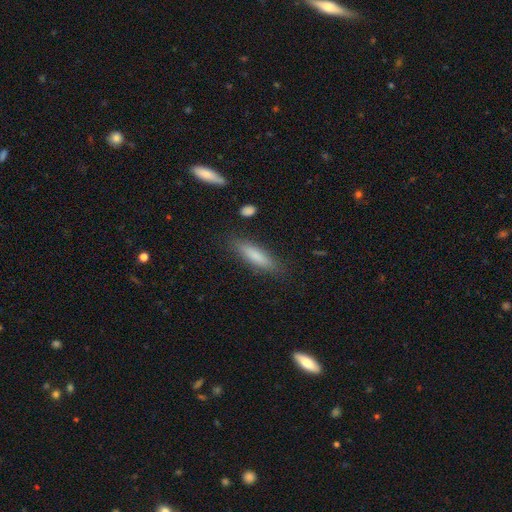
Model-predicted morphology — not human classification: A smooth galaxy with no disk features (78%) that is cigar-shaped (69%). Merging: none (84%).